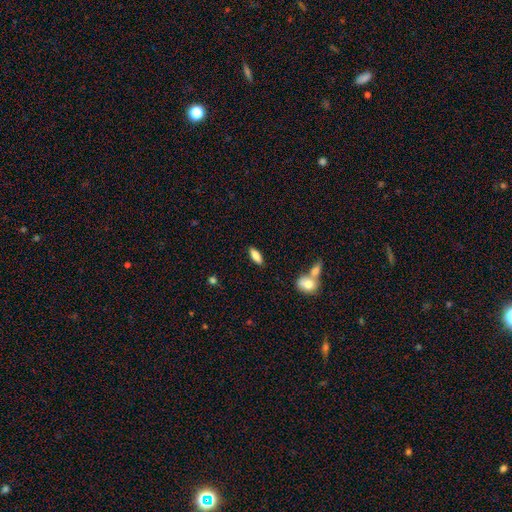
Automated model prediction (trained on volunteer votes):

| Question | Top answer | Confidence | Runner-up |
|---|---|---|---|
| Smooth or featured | smooth | 78% | featured or disk (15%) |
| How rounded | in between | 70% | cigar-shaped (28%) |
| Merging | none | 84% | minor disturbance (9%) |